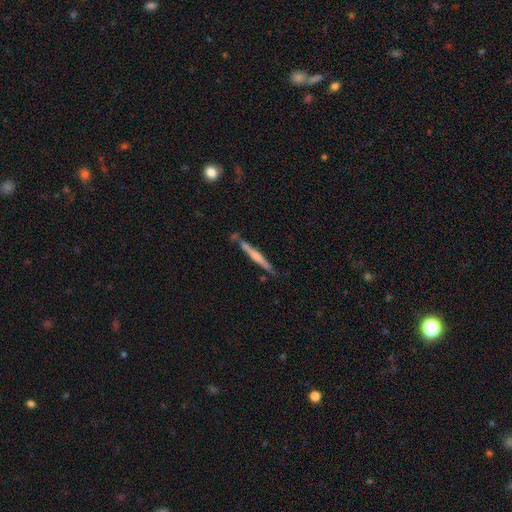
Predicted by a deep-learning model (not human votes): This appears to be a featured or disk galaxy (53%) viewed edge-on (97%) with no central bulge (45%). Merging: none (77%).